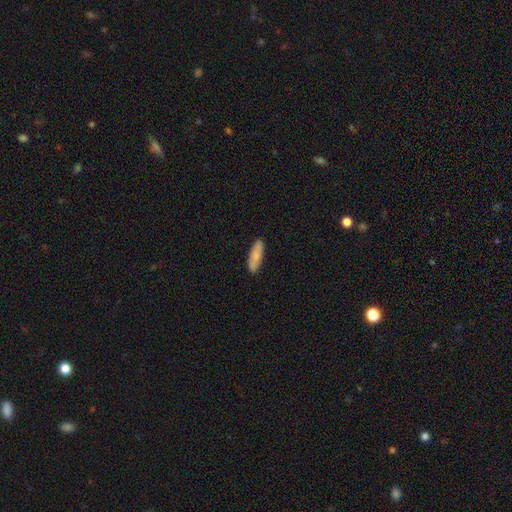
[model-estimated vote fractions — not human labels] Morphology: type=smooth (83%); roundness=in between (49%, tied with cigar-shaped); merging=none (88%).